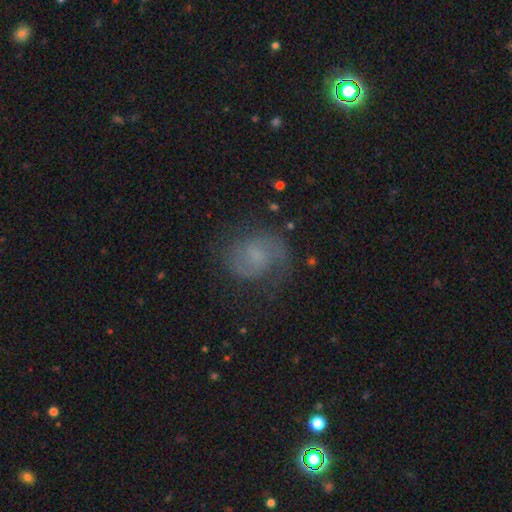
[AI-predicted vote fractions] smooth_or_featured: featured or disk (p=0.67) [alt: smooth p=0.21]
disk_edge_on: no (p=0.98) [alt: yes p=0.02]
bar: no (p=0.53) [alt: weak p=0.40]
has_spiral_arms: yes (p=0.91) [alt: no p=0.09]
spiral_winding: medium (p=0.51) [alt: tight p=0.27]
spiral_arm_count: 2 (p=0.82) [alt: can't tell p=0.08]
bulge_size: small (p=0.39) [alt: none p=0.32]
merging: none (p=0.71) [alt: minor disturbance p=0.17]